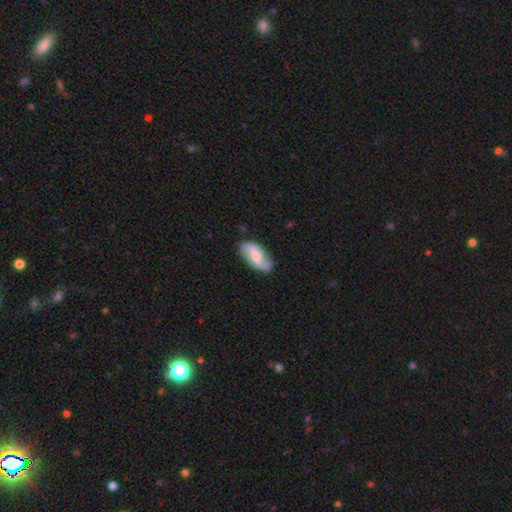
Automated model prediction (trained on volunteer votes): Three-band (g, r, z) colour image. It shows a featured or disk galaxy (58%) with a weak bar (42%), spiral arms (86%) and a moderate central bulge (47%). Merging: none (78%).